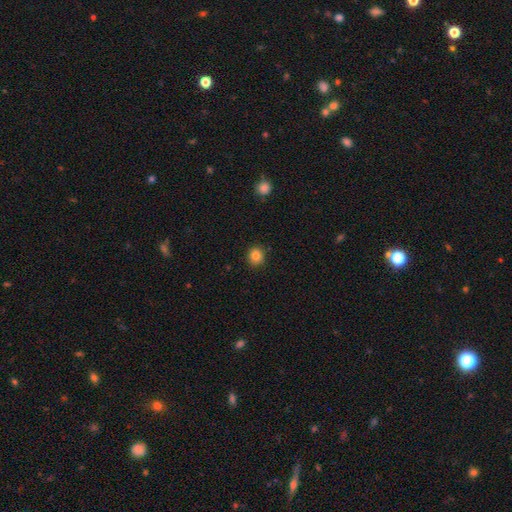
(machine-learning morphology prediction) smooth_or_featured: smooth (p=0.84) [alt: star or artifact p=0.11]
how_rounded: round (p=0.86) [alt: in between p=0.14]
merging: none (p=0.90) [alt: minor disturbance p=0.07]